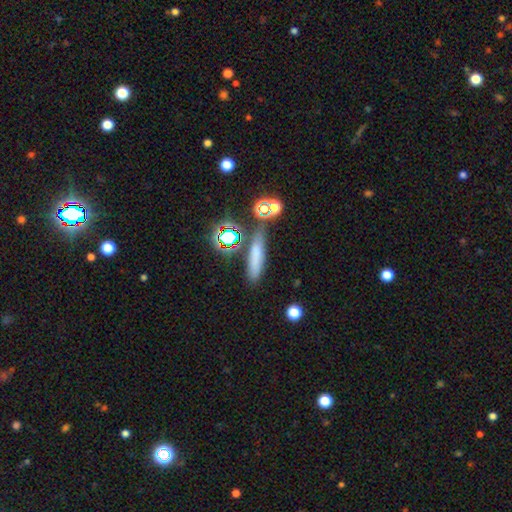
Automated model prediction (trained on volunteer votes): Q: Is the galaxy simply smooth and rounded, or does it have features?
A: smooth — 65%.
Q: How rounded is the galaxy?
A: cigar-shaped — 76%.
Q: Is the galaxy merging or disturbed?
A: none — 74%.